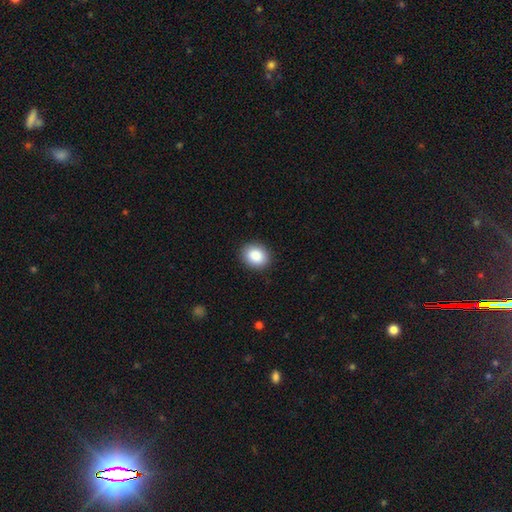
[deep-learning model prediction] Overall: smooth (88%). How rounded: round (53%; in between 47%). Merging: none (90%).